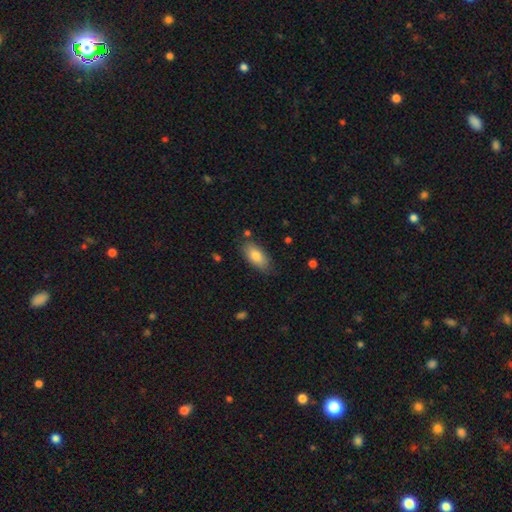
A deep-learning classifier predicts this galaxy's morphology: Smooth or featured?
  - smooth: 81% *
  - featured or disk: 12%
  - star or artifact: 7%
How rounded?
  - in between: 88% *
  - cigar-shaped: 10%
  - round: 3%
Merging?
  - none: 77% *
  - minor disturbance: 17%
  - major disturbance: 3%
  - merger: 3%